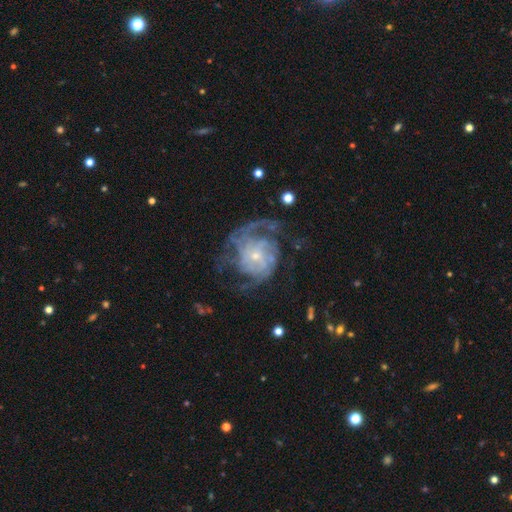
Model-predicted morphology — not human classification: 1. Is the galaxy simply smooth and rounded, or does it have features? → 83% featured or disk, 10% smooth, 7% star or artifact.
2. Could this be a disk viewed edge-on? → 98% no, 2% yes.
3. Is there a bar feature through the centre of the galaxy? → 75% no, 21% weak, 4% strong.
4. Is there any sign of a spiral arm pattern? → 87% yes, 13% no.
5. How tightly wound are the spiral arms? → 43% tight, 37% medium, 20% loose.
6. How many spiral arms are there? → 39% can't tell, 20% 2, 16% 3, 11% 4, 7% 1, 7% more than 4.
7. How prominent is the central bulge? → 76% small, 19% moderate, 3% none, 2% large, 1% dominant.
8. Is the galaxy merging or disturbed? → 49% none, 30% major disturbance, 18% minor disturbance, 2% merger.